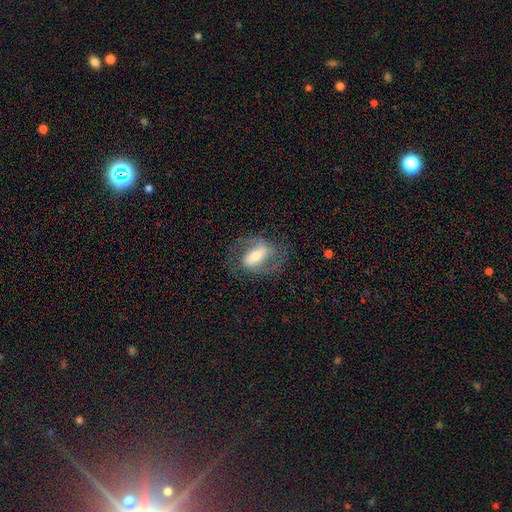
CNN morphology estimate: Smooth or featured: featured or disk — 75% (smooth — 18%)
Edge-on disk: no — 95% (yes — 5%)
Bar: strong — 51% (weak — 32%)
Spiral arms: yes — 87% (no — 13%)
Spiral winding: medium — 53% (loose — 26%)
Spiral arm count: 2 — 87% (can't tell — 6%)
Bulge size: moderate — 54% (small — 30%)
Merging: none — 72% (minor disturbance — 15%)